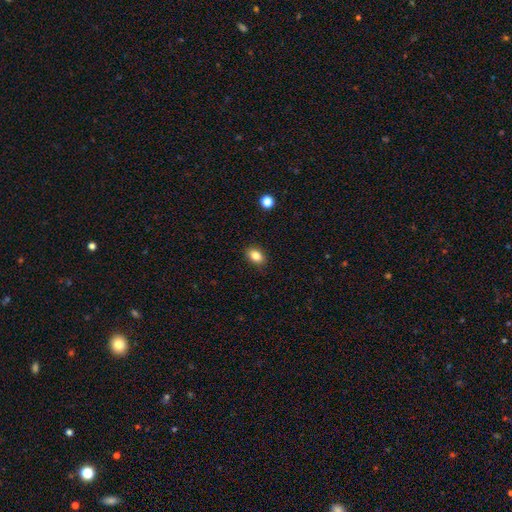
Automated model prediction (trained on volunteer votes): smooth 84%, star or artifact 10%, featured or disk 6%. Down the decision tree: how rounded — in between (79%); merging — none (88%).